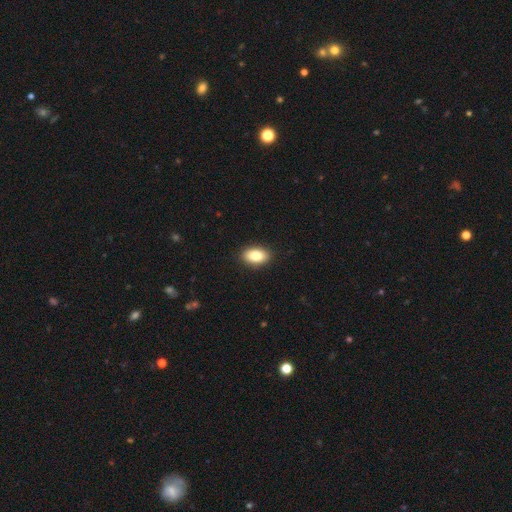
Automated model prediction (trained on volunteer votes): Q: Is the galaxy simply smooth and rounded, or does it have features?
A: smooth — 85%.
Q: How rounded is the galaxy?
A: in between — 90%.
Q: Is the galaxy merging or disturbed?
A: none — 90%.